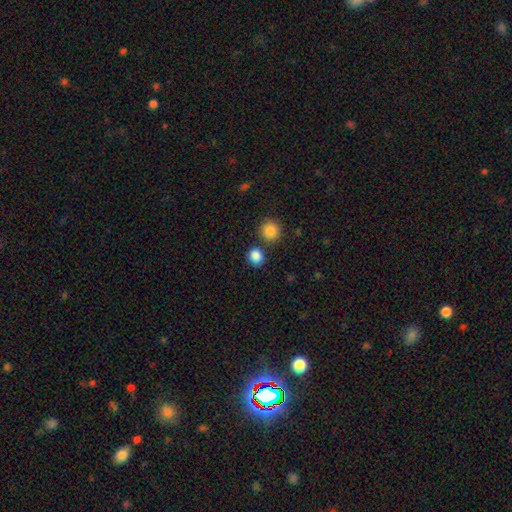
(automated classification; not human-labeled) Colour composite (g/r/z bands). It shows a smooth galaxy with no disk features (86%) that is round (77%). Merging: none (77%).